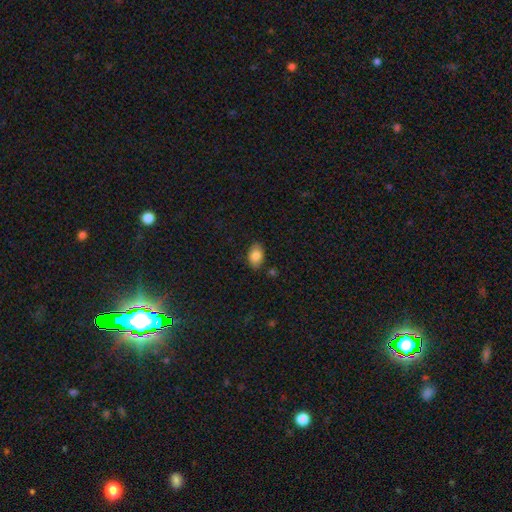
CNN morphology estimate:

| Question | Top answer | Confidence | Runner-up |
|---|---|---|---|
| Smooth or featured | smooth | 83% | featured or disk (9%) |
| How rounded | in between | 89% | round (10%) |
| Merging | none | 83% | minor disturbance (13%) |